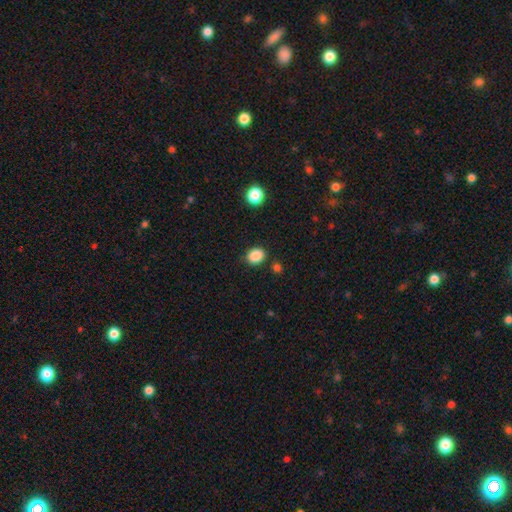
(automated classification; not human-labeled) Smooth or featured?
  - smooth: 87% *
  - star or artifact: 10%
  - featured or disk: 3%
How rounded?
  - round: 54% *
  - in between: 45%
  - cigar-shaped: 1%
Merging?
  - none: 83% *
  - minor disturbance: 11%
  - merger: 3%
  - major disturbance: 3%